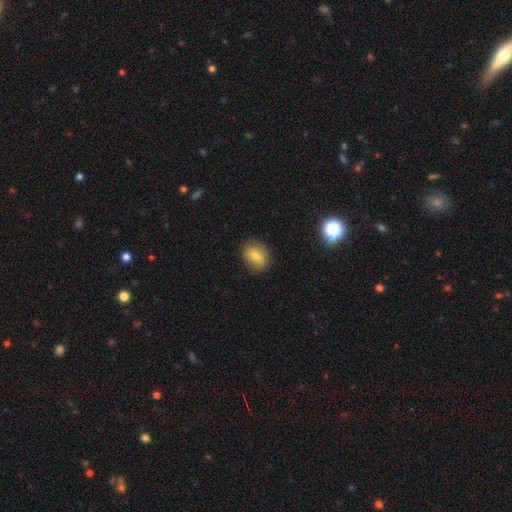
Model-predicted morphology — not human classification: This appears to be a smooth galaxy with no disk features (68%) that is in between round and cigar-shaped (50%). Merging: none (84%).